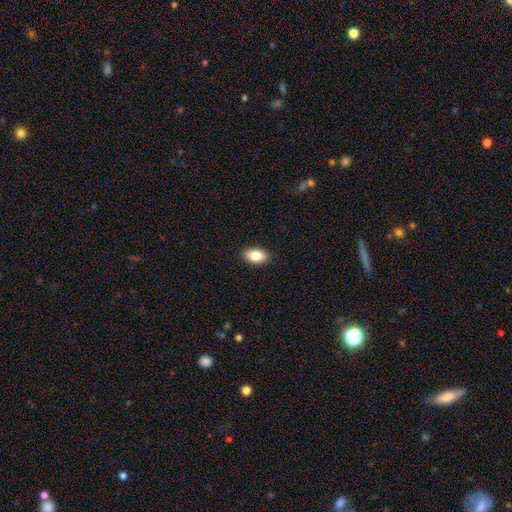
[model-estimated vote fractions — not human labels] A smooth galaxy with no disk features (85%) that is in between round and cigar-shaped (91%).

Vote fractions:
- Smooth or featured? smooth: 85% / featured or disk: 8% / star or artifact: 8%
- How rounded? in between: 91% / round: 8% / cigar-shaped: 2%
- Merging? none: 90% / minor disturbance: 7% / major disturbance: 2% / merger: 1%